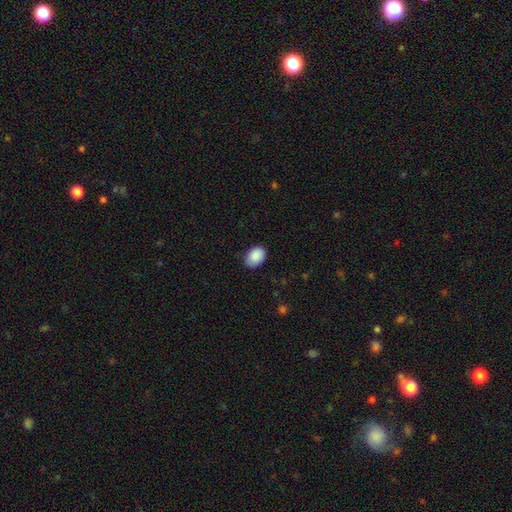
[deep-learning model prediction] A smooth galaxy with no disk features (89%) that is in between round and cigar-shaped (84%).

Vote fractions:
- Smooth or featured? smooth: 89% / star or artifact: 7% / featured or disk: 4%
- How rounded? in between: 84% / round: 15% / cigar-shaped: 1%
- Merging? none: 81% / minor disturbance: 16% / major disturbance: 3% / merger: 1%